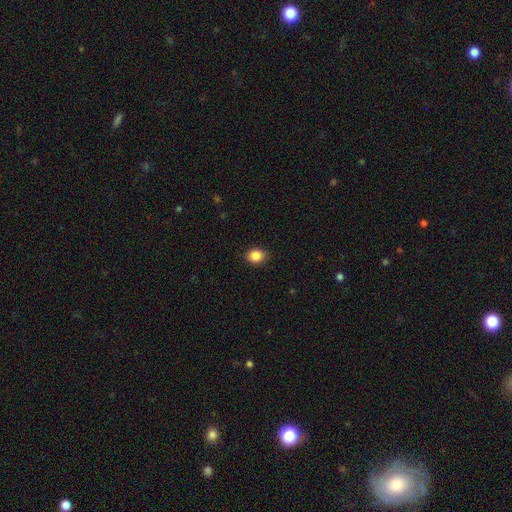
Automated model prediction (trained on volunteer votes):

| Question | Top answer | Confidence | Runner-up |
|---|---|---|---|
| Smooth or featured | smooth | 87% | star or artifact (9%) |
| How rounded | round | 56% | in between (43%) |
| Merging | none | 88% | minor disturbance (9%) |